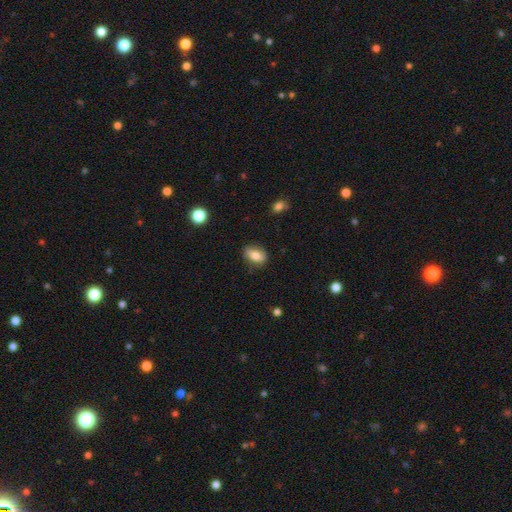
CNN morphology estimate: The model was most divided on "smooth or featured": smooth: 72%, featured or disk: 20%, star or artifact: 8%. More confident: how rounded — in between (80%); merging — none (75%).